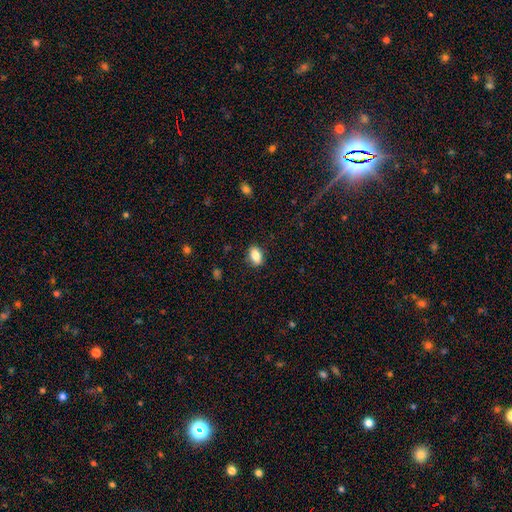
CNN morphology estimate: Smooth or featured? Predicted: smooth (p=0.83). How rounded? Predicted: in between (p=0.83). Merging? Predicted: none (p=0.85).